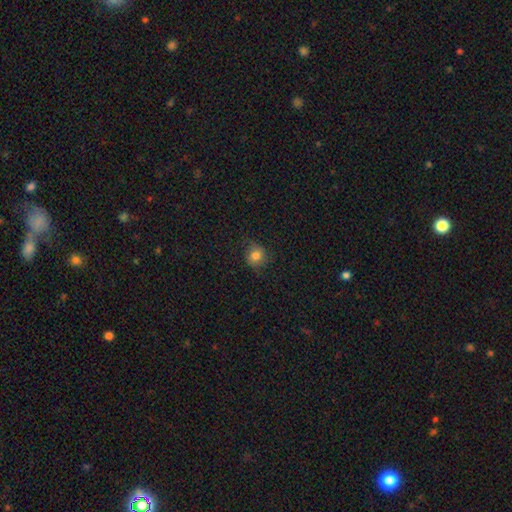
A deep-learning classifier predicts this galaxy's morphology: Smooth or featured?
  - smooth: 77% *
  - featured or disk: 12%
  - star or artifact: 11%
How rounded?
  - round: 82% *
  - in between: 17%
  - cigar-shaped: 1%
Merging?
  - none: 72% *
  - minor disturbance: 19%
  - major disturbance: 7%
  - merger: 1%